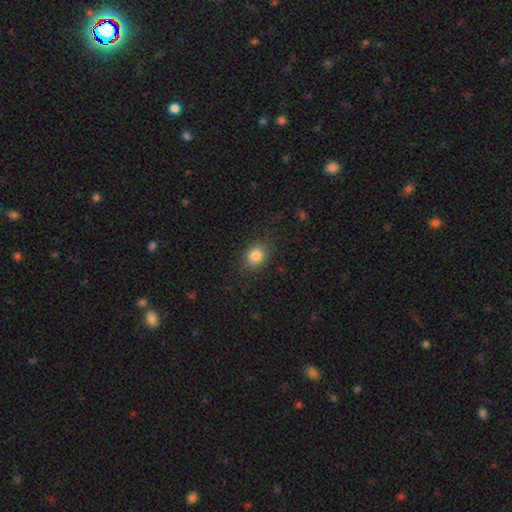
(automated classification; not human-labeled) Smooth or featured? smooth (84%)
How rounded? round (58%)
Merging? none (87%)